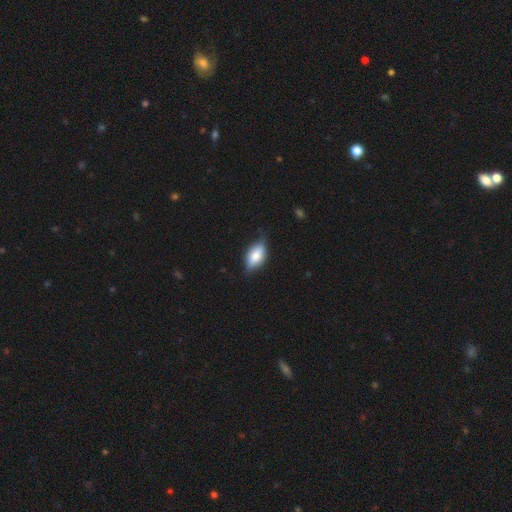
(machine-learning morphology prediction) Smooth or featured? smooth (68%)
How rounded? in between (88%)
Merging? none (71%)